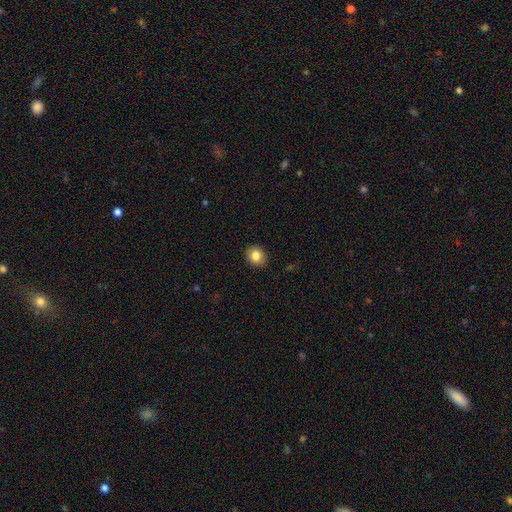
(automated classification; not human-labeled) smooth-or-featured: smooth: 83% | star or artifact: 9% | featured or disk: 8%
  how-rounded: round: 63% | in between: 36% | cigar-shaped: 1%
  merging: none: 90% | minor disturbance: 7% | major disturbance: 2% | merger: 1%